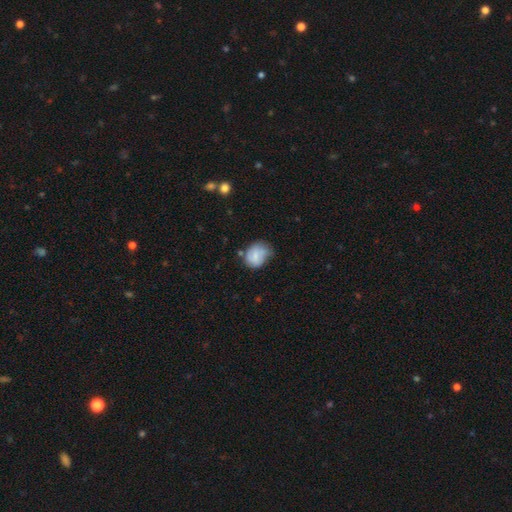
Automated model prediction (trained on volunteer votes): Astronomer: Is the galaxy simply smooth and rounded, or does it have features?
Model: smooth — 72%.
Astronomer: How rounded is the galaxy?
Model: round — 52% (runner-up: in between, 47%).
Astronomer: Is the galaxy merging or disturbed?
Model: none — 47% (runner-up: minor disturbance, 37%).